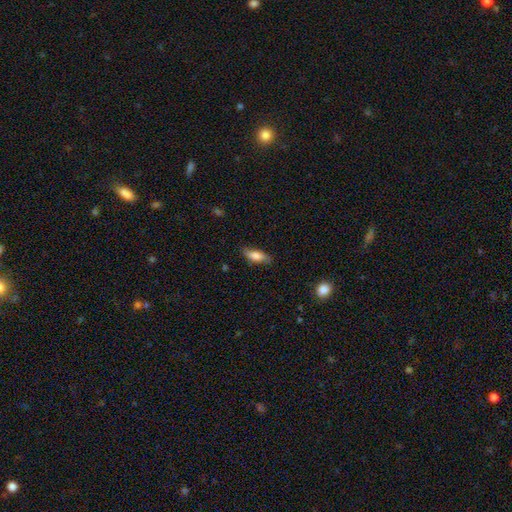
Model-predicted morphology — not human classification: Smooth or featured? Predicted: smooth (p=0.76). How rounded? Predicted: in between (p=0.70). Merging? Predicted: none (p=0.79).